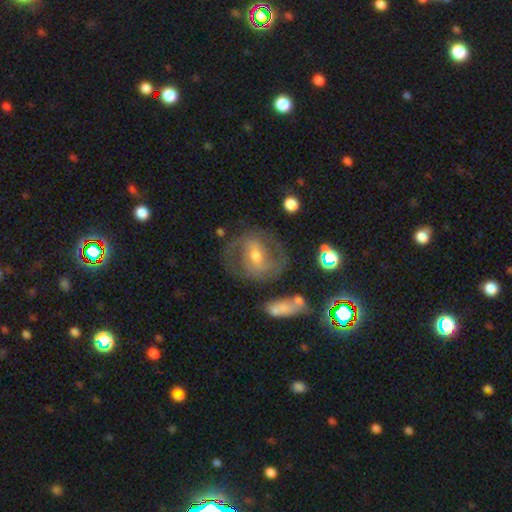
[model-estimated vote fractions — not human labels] Morphology: type=featured or disk (73%); edge-on=no (96%); bar=weak (44%); spiral arms=yes (83%); winding=medium (48%); arm count=2 (79%); bulge=moderate (62%); merging=none (73%).